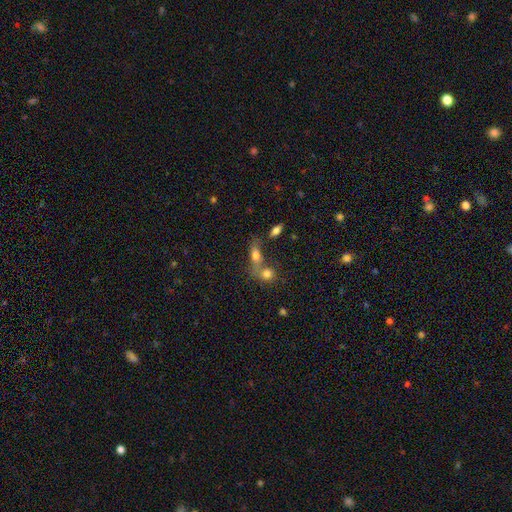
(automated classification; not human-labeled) This is likely a smooth galaxy (65%). How rounded: likely in between (62%). Merging: possibly none (48%).